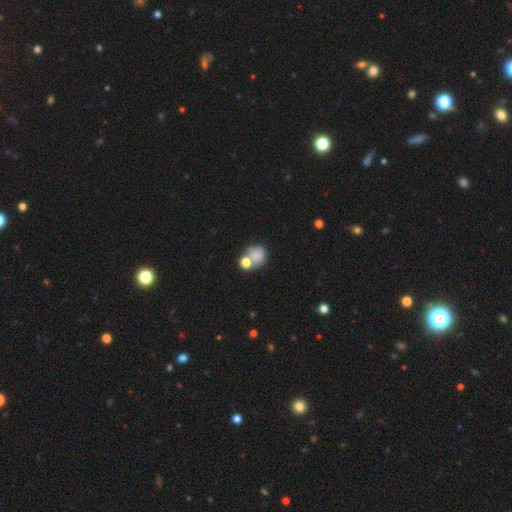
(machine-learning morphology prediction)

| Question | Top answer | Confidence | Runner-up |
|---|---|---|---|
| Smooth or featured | smooth | 76% | featured or disk (13%) |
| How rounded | round | 74% | in between (25%) |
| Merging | none | 46% | merger (33%) |